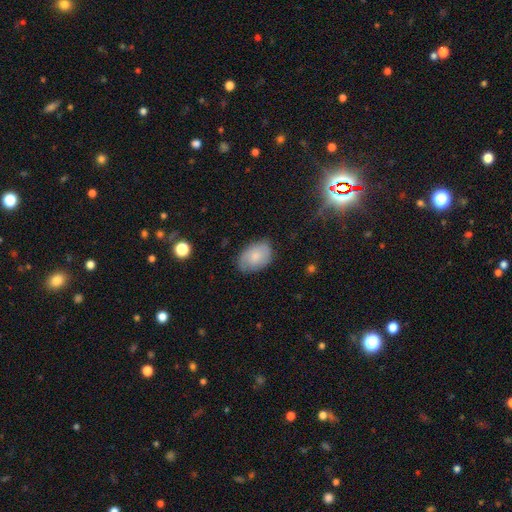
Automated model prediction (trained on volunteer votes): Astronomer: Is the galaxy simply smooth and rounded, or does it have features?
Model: smooth — 69%.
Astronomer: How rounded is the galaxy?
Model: in between — 84%.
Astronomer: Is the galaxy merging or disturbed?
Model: none — 75%.